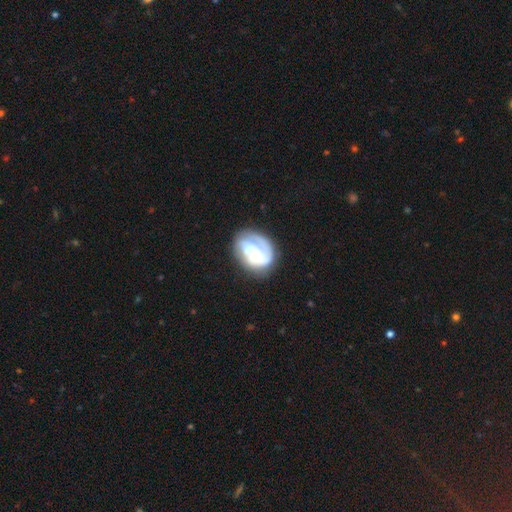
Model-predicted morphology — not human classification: smooth_or_featured: featured or disk (p=0.75) [alt: smooth p=0.19]
disk_edge_on: no (p=0.98) [alt: yes p=0.02]
bar: no (p=0.71) [alt: weak p=0.24]
has_spiral_arms: yes (p=0.91) [alt: no p=0.09]
spiral_winding: tight (p=0.56) [alt: medium p=0.32]
spiral_arm_count: 1 (p=0.37) [alt: 2 p=0.33]
bulge_size: small (p=0.53) [alt: moderate p=0.31]
merging: none (p=0.61) [alt: minor disturbance p=0.21]